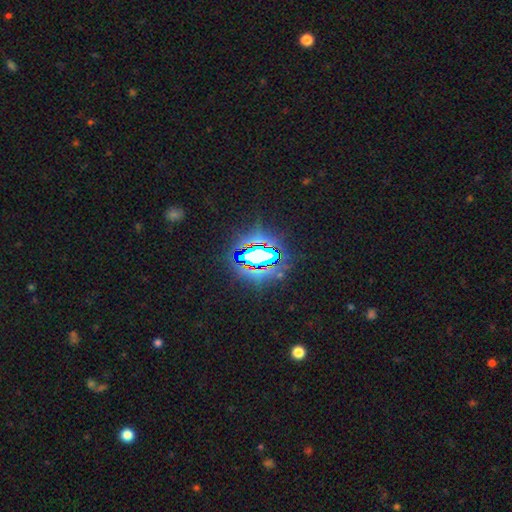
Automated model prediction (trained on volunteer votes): star or artifact 75%, smooth 14%, featured or disk 11%.